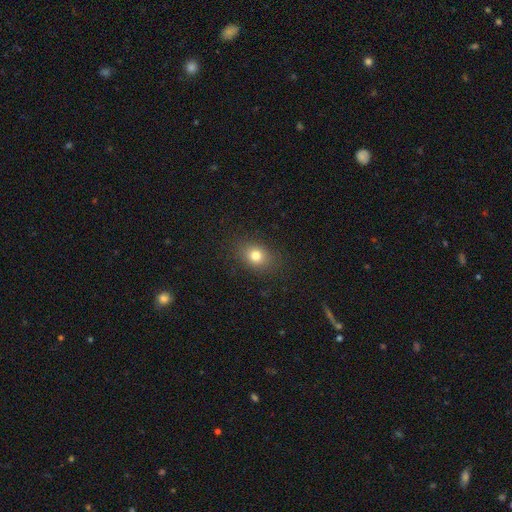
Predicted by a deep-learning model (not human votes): Smooth or featured? smooth (79%)
How rounded? round (50%)
Merging? none (86%)